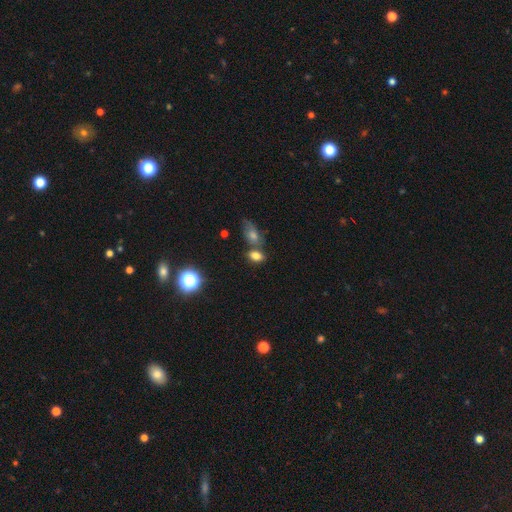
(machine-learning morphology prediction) Overall: smooth (75%). How rounded: in between (81%). Merging: none (55%; merger 27%).